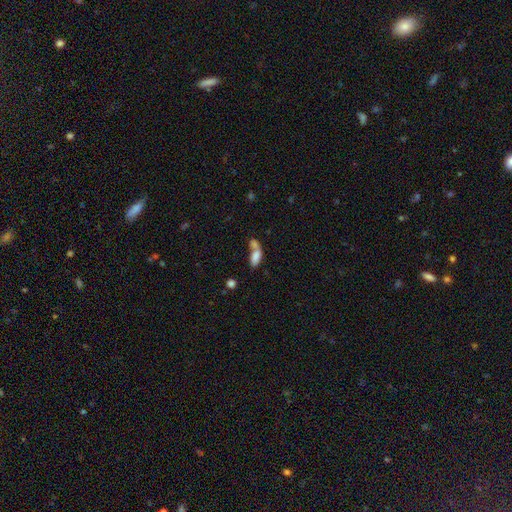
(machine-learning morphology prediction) Smooth or featured? Predicted: smooth (p=0.78). How rounded? Predicted: in between (p=0.85). Merging? Predicted: merger (p=0.63).